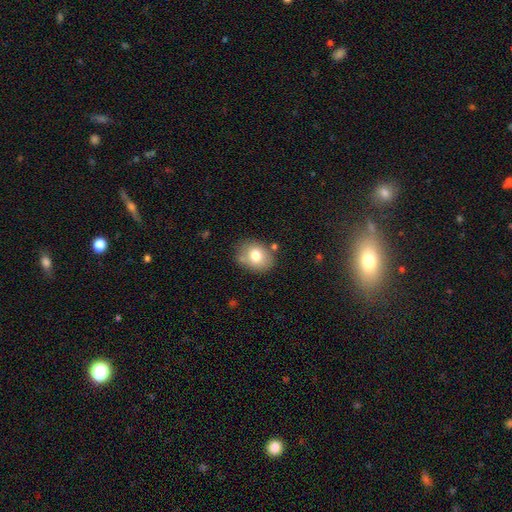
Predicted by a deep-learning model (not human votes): smooth_or_featured: smooth (p=0.75) [alt: featured or disk p=0.16]
how_rounded: round (p=0.50) [alt: in between p=0.49]
merging: none (p=0.73) [alt: minor disturbance p=0.17]